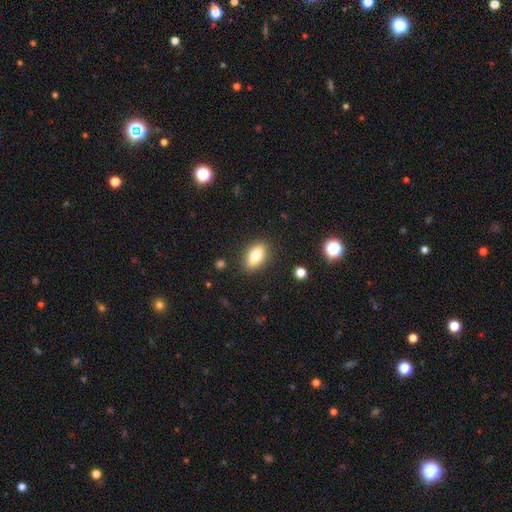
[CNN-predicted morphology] A smooth galaxy with no disk features (75%) that is in between round and cigar-shaped (85%). Merging: none (86%).